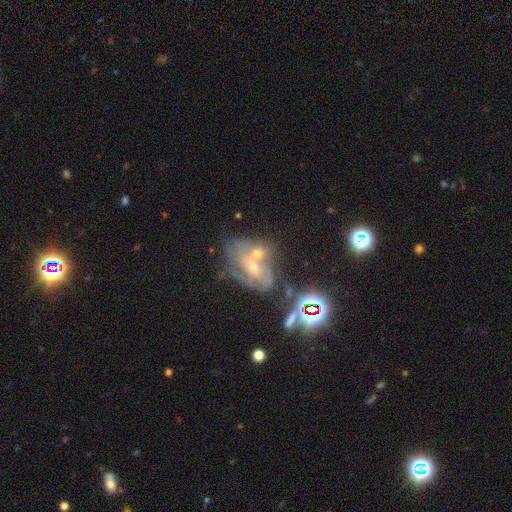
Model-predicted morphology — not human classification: Smooth or featured? featured or disk (57%)
Edge-on disk? no (95%)
Bar? no (61%)
Spiral arms? yes (68%)
Bulge size? small (62%)
Merging? merger (40%)